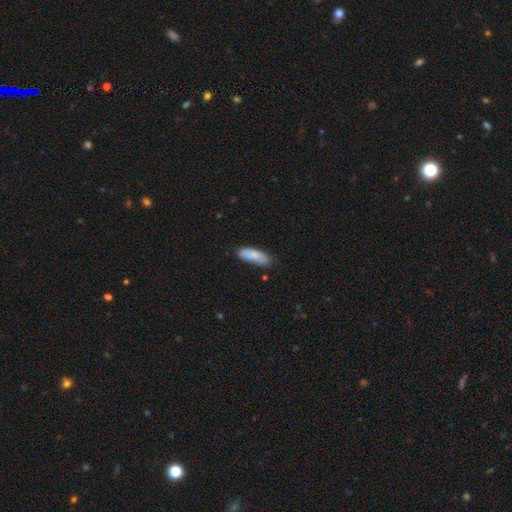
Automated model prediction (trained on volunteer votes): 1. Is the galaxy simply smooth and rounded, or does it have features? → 81% smooth, 13% featured or disk, 6% star or artifact.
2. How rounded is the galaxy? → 64% in between, 34% cigar-shaped, 2% round.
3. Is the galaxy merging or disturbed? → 69% none, 23% minor disturbance, 4% major disturbance, 4% merger.